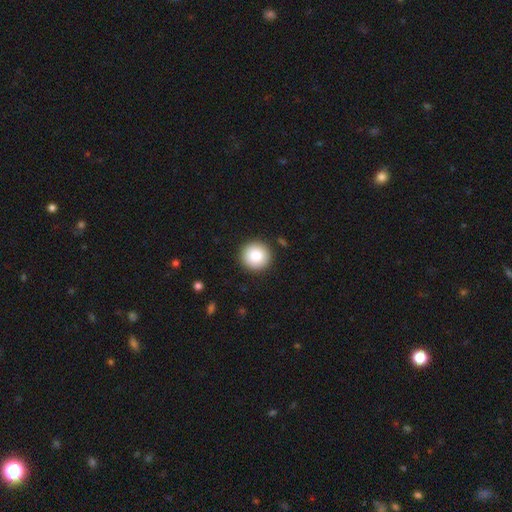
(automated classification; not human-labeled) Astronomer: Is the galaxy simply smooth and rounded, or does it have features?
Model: smooth — 82%.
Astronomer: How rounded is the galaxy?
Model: round — 96%.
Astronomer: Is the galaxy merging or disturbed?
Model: none — 92%.